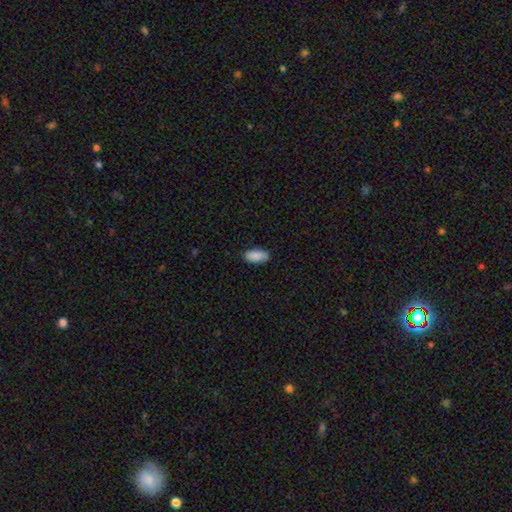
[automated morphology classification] Overall: smooth (88%). How rounded: in between (92%). Merging: none (86%).